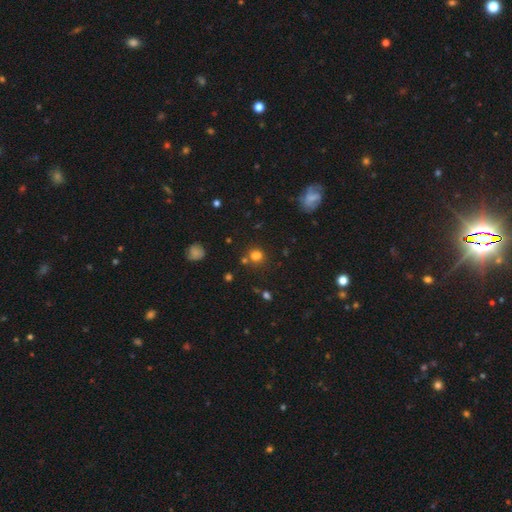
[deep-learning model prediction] smooth_or_featured: smooth (p=0.70) [alt: star or artifact p=0.21]
how_rounded: round (p=0.74) [alt: in between p=0.24]
merging: none (p=0.60) [alt: merger p=0.23]